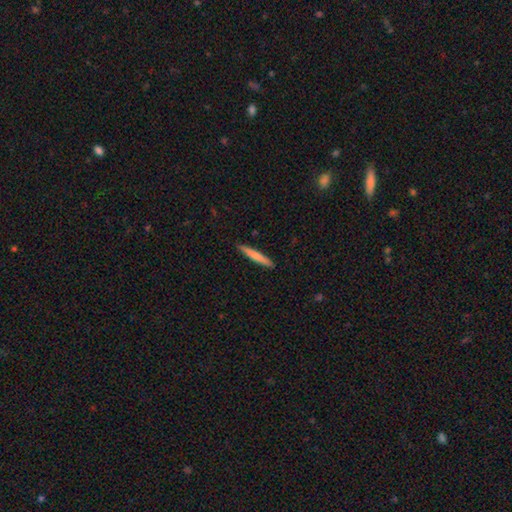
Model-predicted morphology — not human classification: Smooth or featured?
  - smooth: 72% *
  - featured or disk: 22%
  - star or artifact: 5%
How rounded?
  - cigar-shaped: 95% *
  - in between: 4%
  - round: 1%
Merging?
  - none: 90% *
  - minor disturbance: 8%
  - major disturbance: 1%
  - merger: 1%